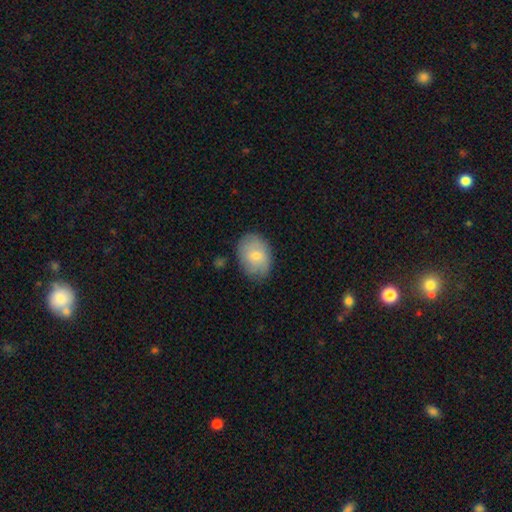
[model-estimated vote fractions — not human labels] smooth_or_featured: smooth (p=0.70) [alt: featured or disk p=0.24]
how_rounded: in between (p=0.77) [alt: round p=0.22]
merging: none (p=0.76) [alt: minor disturbance p=0.18]